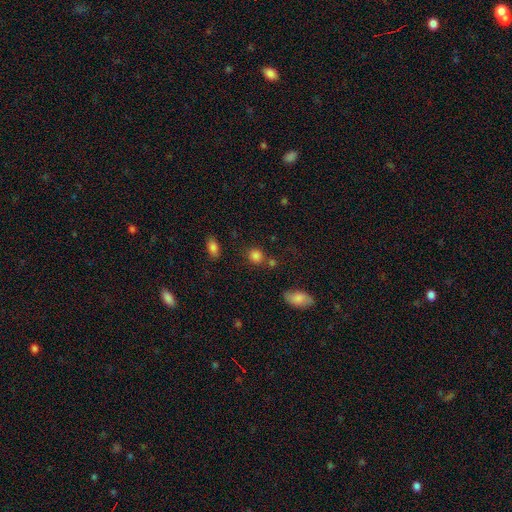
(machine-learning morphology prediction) This appears to be a smooth galaxy with no disk features (84%) that is round (78%). Merging: none (72%).